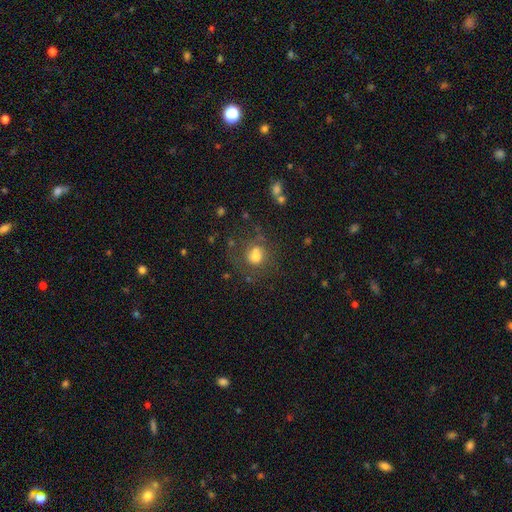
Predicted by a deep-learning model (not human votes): Morphology: type=smooth (66%); roundness=round (77%); merging=none (49%).